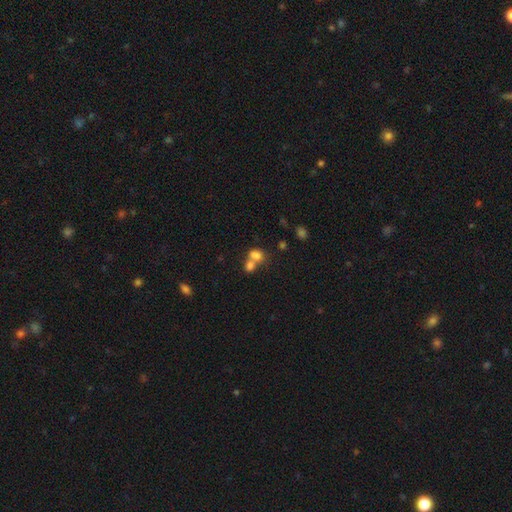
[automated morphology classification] type=smooth (76%); roundness=in between (55%); merging=merger (63%).